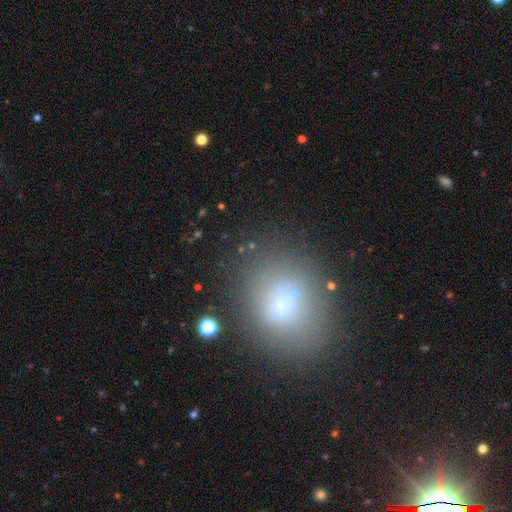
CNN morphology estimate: Smooth or featured? smooth (56%)
How rounded? round (50%)
Merging? none (83%)